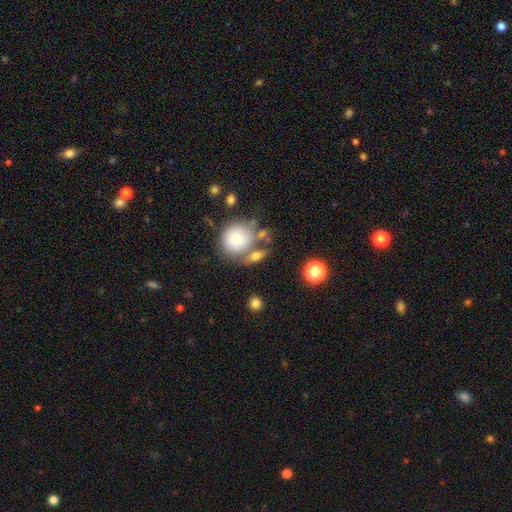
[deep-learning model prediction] smooth-or-featured: smooth: 66% | featured or disk: 23% | star or artifact: 11%
  how-rounded: in between: 49% | round: 40% | cigar-shaped: 11%
  merging: none: 53% | merger: 26% | minor disturbance: 14% | major disturbance: 6%